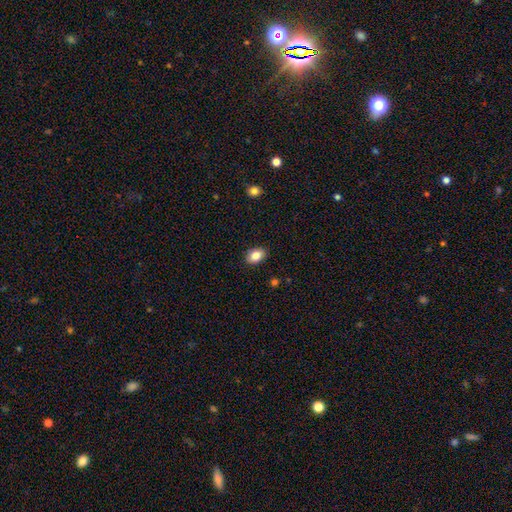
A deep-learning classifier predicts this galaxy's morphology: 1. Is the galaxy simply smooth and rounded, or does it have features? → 85% smooth, 8% star or artifact, 6% featured or disk.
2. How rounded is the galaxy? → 80% in between, 19% round, 1% cigar-shaped.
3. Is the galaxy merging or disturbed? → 88% none, 9% minor disturbance, 2% major disturbance, 1% merger.